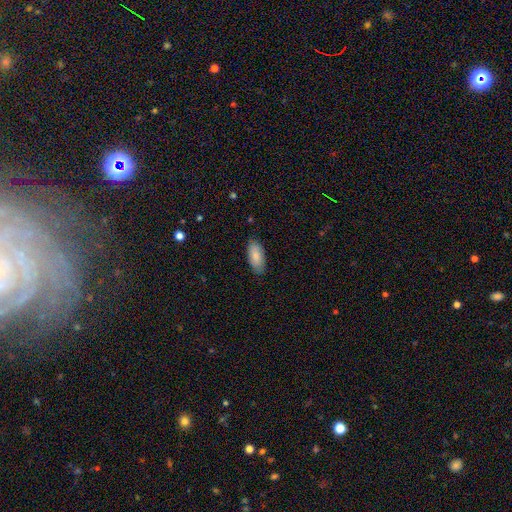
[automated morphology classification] Smooth or featured?
  - smooth: 86% *
  - featured or disk: 8%
  - star or artifact: 6%
How rounded?
  - in between: 90% *
  - cigar-shaped: 8%
  - round: 2%
Merging?
  - none: 84% *
  - minor disturbance: 13%
  - major disturbance: 2%
  - merger: 1%